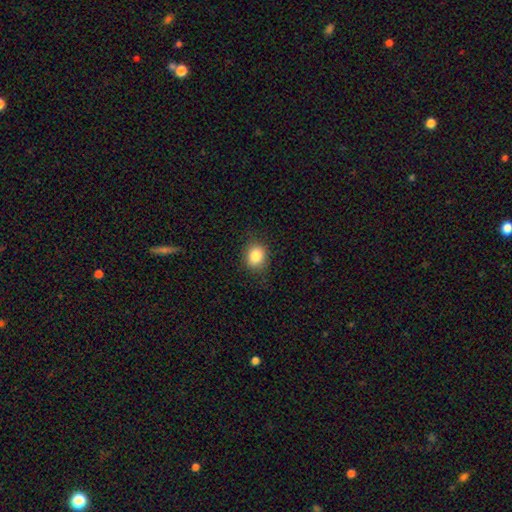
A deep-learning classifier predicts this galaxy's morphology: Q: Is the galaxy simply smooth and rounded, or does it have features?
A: smooth — 85%.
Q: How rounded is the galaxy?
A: round — 61%.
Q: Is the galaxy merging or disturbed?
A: none — 82%.